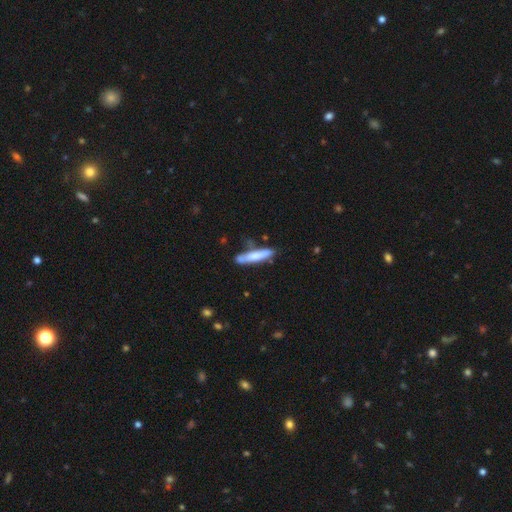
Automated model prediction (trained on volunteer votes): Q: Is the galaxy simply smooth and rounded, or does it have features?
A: smooth — 69%.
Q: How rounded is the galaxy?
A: cigar-shaped — 87%.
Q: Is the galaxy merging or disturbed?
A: none — 63%.